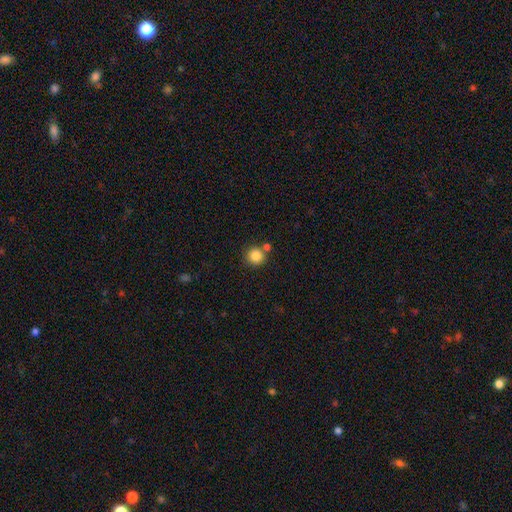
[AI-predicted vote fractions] This appears to be a smooth galaxy with no disk features (85%) that is round (93%). Merging: none (73%).